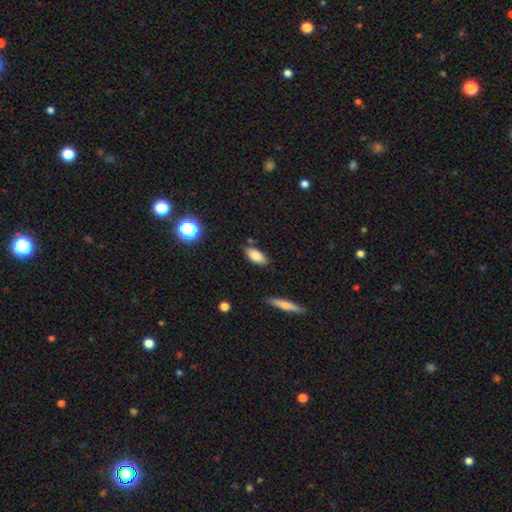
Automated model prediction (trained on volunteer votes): Morphology: type=smooth (84%); roundness=in between (87%); merging=none (80%).